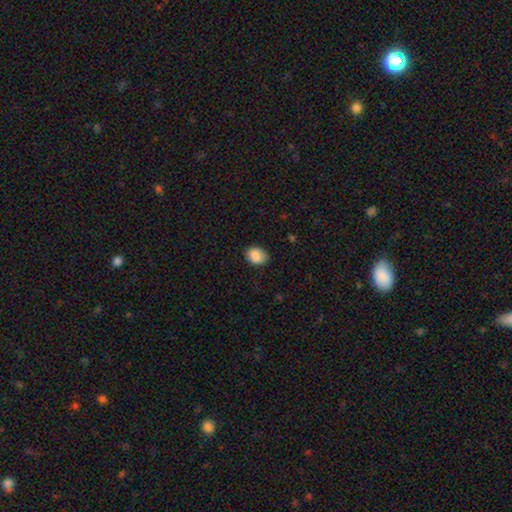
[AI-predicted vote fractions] smooth-or-featured: smooth: 87% | star or artifact: 8% | featured or disk: 5%
  how-rounded: in between: 55% | round: 44% | cigar-shaped: 1%
  merging: none: 81% | minor disturbance: 16% | major disturbance: 3% | merger: 1%